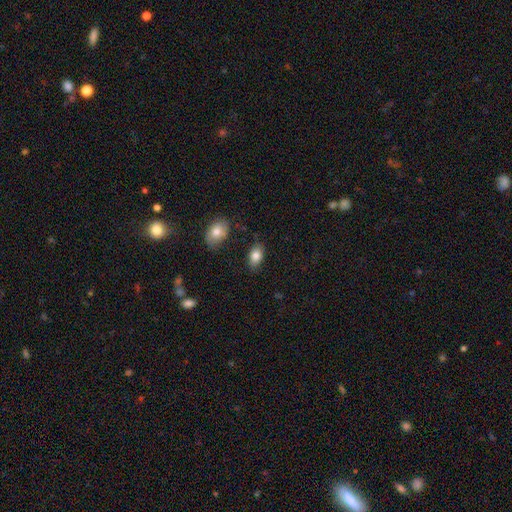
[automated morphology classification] A smooth galaxy with no disk features (83%) that is in between round and cigar-shaped (91%).

Vote fractions:
- Smooth or featured? smooth: 83% / featured or disk: 9% / star or artifact: 7%
- How rounded? in between: 91% / round: 7% / cigar-shaped: 2%
- Merging? none: 82% / minor disturbance: 13% / merger: 3% / major disturbance: 3%